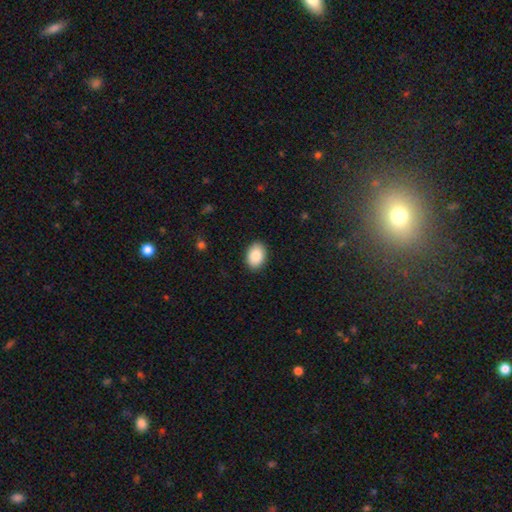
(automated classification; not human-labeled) This is clearly a smooth galaxy (88%). How rounded: likely in between (79%). Merging: clearly none (90%).